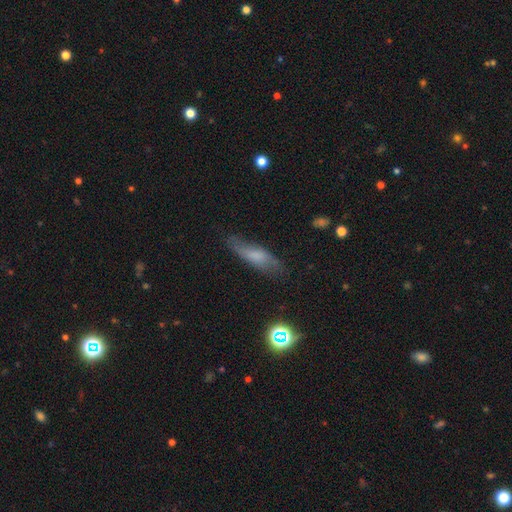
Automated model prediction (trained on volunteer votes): Overall: smooth (60%; featured or disk 30%). How rounded: cigar-shaped (54%; in between 43%). Merging: none (68%).